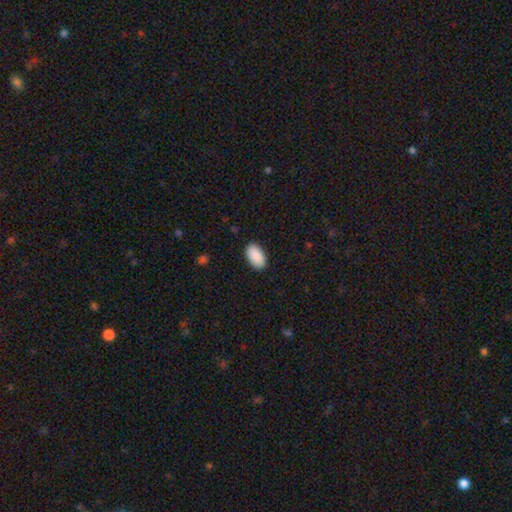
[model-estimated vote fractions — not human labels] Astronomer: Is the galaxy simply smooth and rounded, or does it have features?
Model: smooth — 92%.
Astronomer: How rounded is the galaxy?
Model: in between — 96%.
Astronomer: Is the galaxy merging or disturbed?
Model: none — 89%.